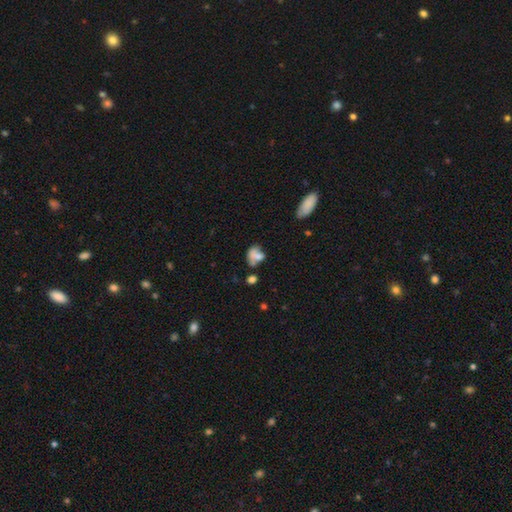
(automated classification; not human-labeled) A smooth galaxy with no disk features (65%) that is in between round and cigar-shaped (69%). Merging: merger (35%).